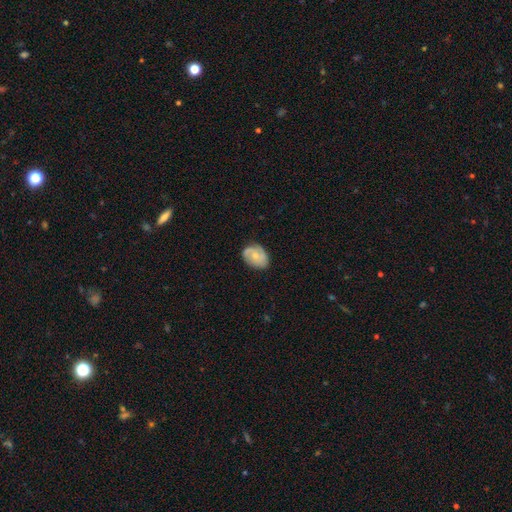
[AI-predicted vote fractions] Overall: featured or disk (53%; smooth 40%). Edge-on disk: no (97%). Bar: no (74%). Spiral arms: yes (84%). Bulge size: small (55%; moderate 38%). Merging: none (70%).